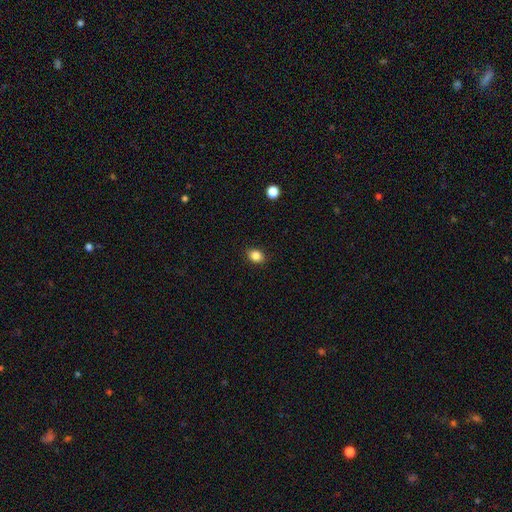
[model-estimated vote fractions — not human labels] smooth 85%, star or artifact 10%, featured or disk 4%. Down the decision tree: how rounded — in between (57%); merging — none (88%).